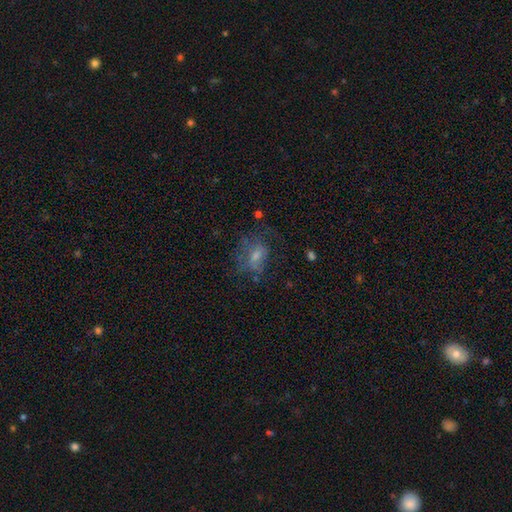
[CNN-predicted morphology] A smooth galaxy with no disk features (44%).

Vote fractions:
- Smooth or featured? smooth: 44% / featured or disk: 37% / star or artifact: 19%
- Merging? none: 50% / major disturbance: 25% / minor disturbance: 22% / merger: 3%